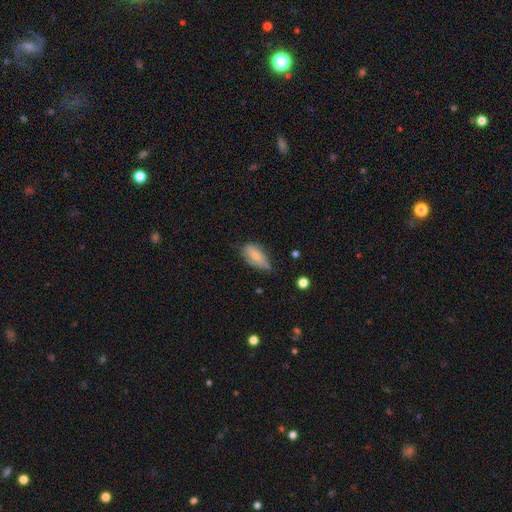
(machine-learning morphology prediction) Overall: smooth (69%). How rounded: in between (89%). Merging: none (43%; minor disturbance 42%).